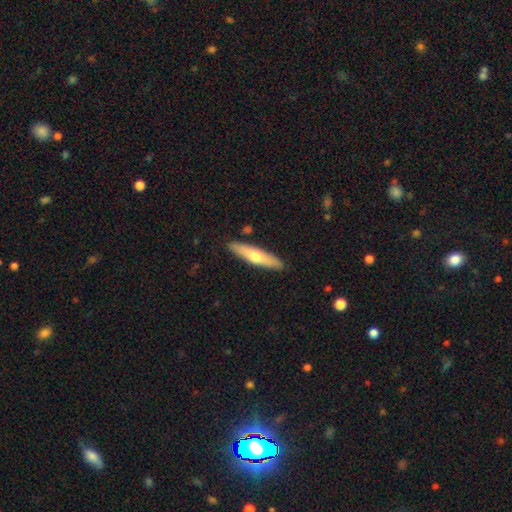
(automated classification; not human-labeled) Q: Smooth or featured?
A: smooth (50%); runner-up: featured or disk (45%)
Q: Merging?
A: none (89%); runner-up: minor disturbance (8%)